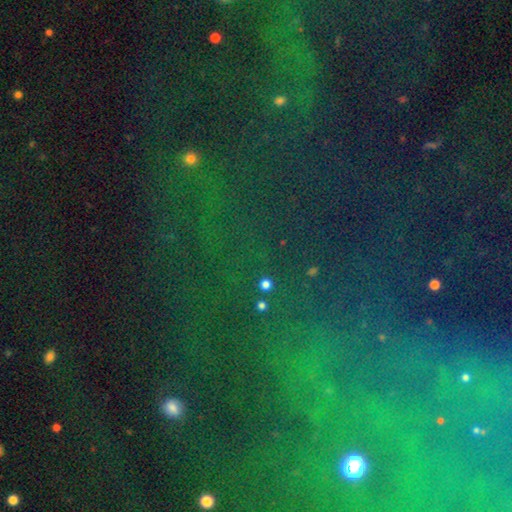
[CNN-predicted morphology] smooth-or-featured: star or artifact: 76% | smooth: 12% | featured or disk: 11%